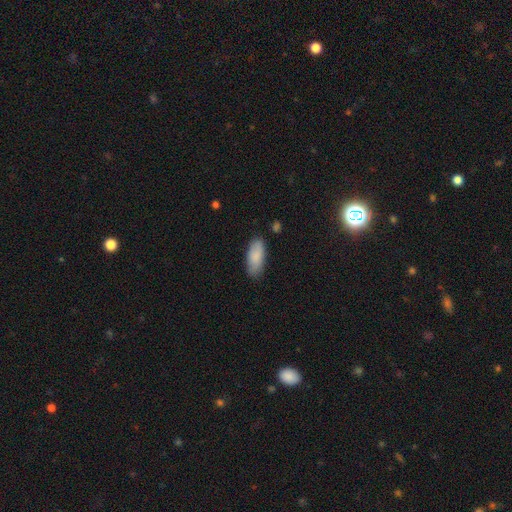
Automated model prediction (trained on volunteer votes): Smooth or featured?
  - smooth: 86% *
  - featured or disk: 8%
  - star or artifact: 6%
How rounded?
  - in between: 81% *
  - cigar-shaped: 17%
  - round: 2%
Merging?
  - none: 80% *
  - minor disturbance: 16%
  - major disturbance: 3%
  - merger: 2%